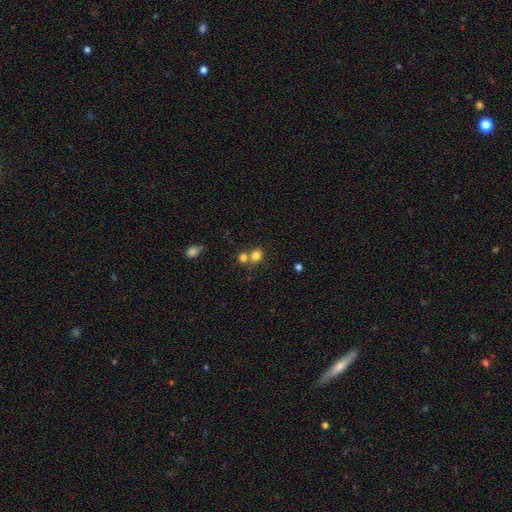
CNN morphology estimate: Smooth or featured? Predicted: smooth (p=0.80). How rounded? Predicted: round (p=0.56). Merging? Predicted: none (p=0.46).